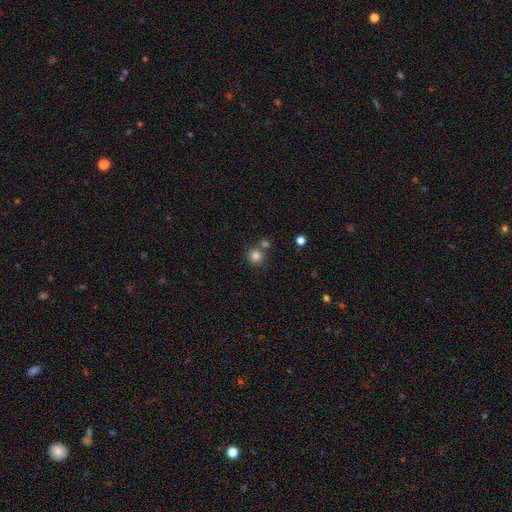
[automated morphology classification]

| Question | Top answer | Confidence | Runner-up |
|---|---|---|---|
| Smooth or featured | smooth | 83% | star or artifact (11%) |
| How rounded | round | 93% | in between (6%) |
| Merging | none | 68% | merger (21%) |